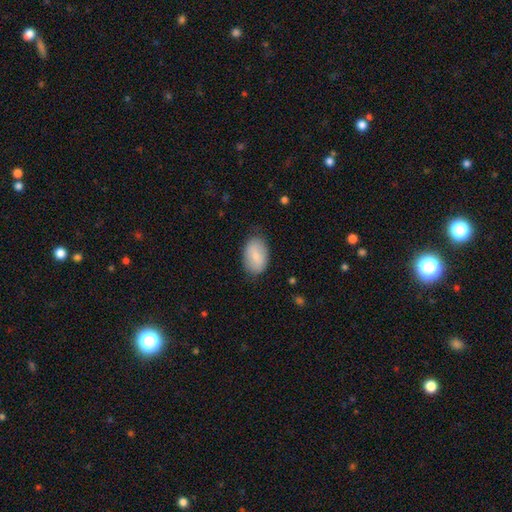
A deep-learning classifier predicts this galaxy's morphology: Smooth or featured?
  - smooth: 77% *
  - featured or disk: 17%
  - star or artifact: 6%
How rounded?
  - in between: 91% *
  - round: 8%
  - cigar-shaped: 1%
Merging?
  - none: 78% *
  - minor disturbance: 17%
  - major disturbance: 4%
  - merger: 1%